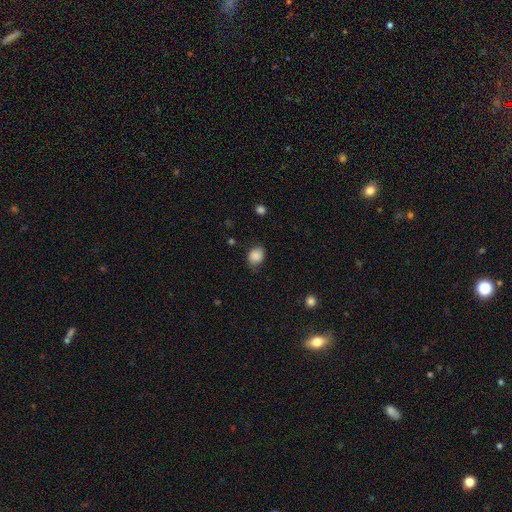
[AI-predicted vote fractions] Smooth or featured? smooth (86%)
How rounded? round (51%)
Merging? none (66%)